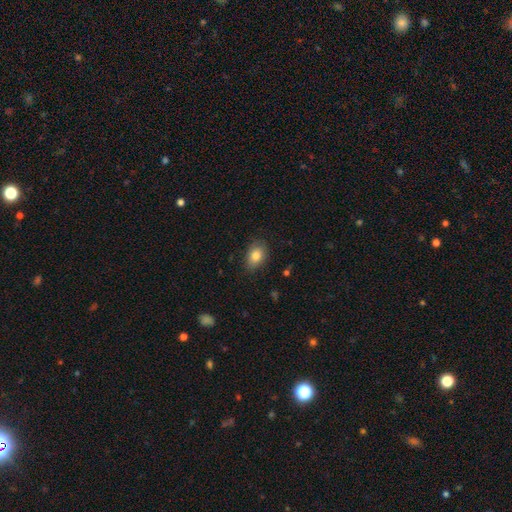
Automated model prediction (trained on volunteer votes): smooth_or_featured: smooth (p=0.83) [alt: featured or disk p=0.09]
how_rounded: in between (p=0.82) [alt: round p=0.16]
merging: none (p=0.79) [alt: minor disturbance p=0.16]